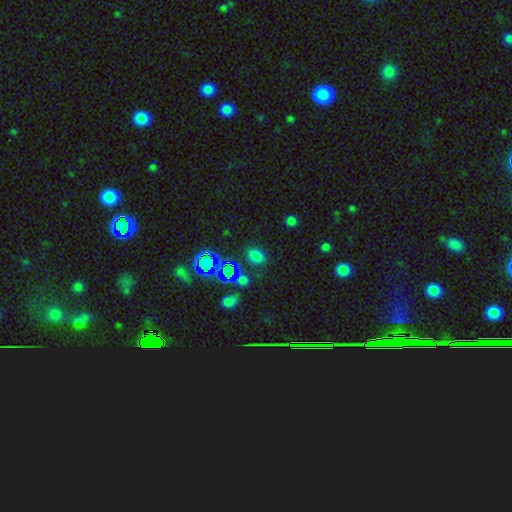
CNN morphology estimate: A smooth galaxy with no disk features (67%) that is in between round and cigar-shaped (72%).

Vote fractions:
- Smooth or featured? smooth: 67% / star or artifact: 27% / featured or disk: 6%
- How rounded? in between: 72% / round: 27% / cigar-shaped: 1%
- Merging? none: 77% / minor disturbance: 12% / merger: 5% / major disturbance: 5%